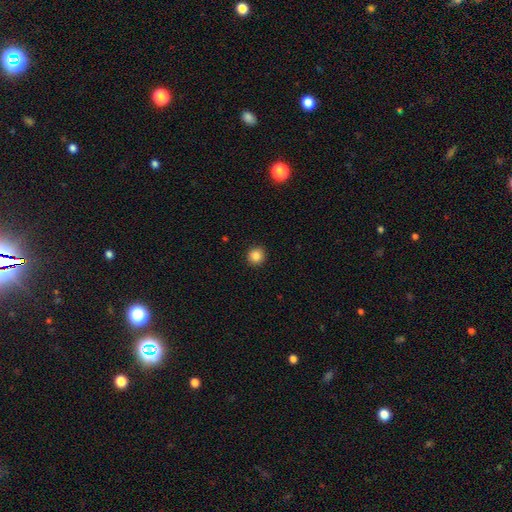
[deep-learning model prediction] Smooth or featured? smooth (86%)
How rounded? round (91%)
Merging? none (91%)